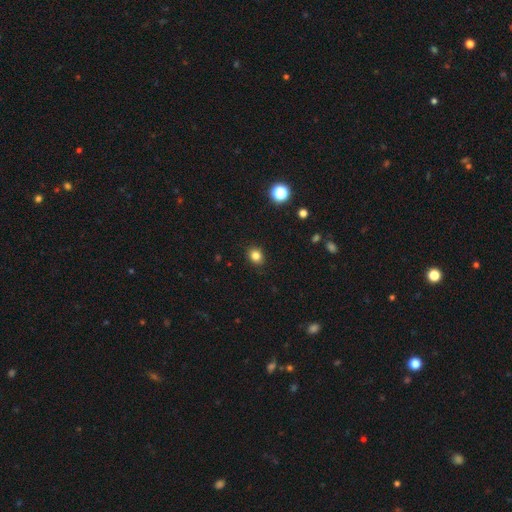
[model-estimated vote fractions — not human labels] Morphology: type=smooth (83%); roundness=round (60%); merging=none (89%).